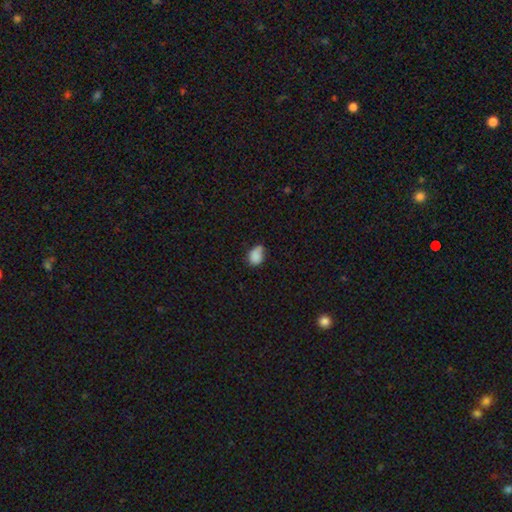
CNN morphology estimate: type=smooth (84%); roundness=in between (65%); merging=none (44%).